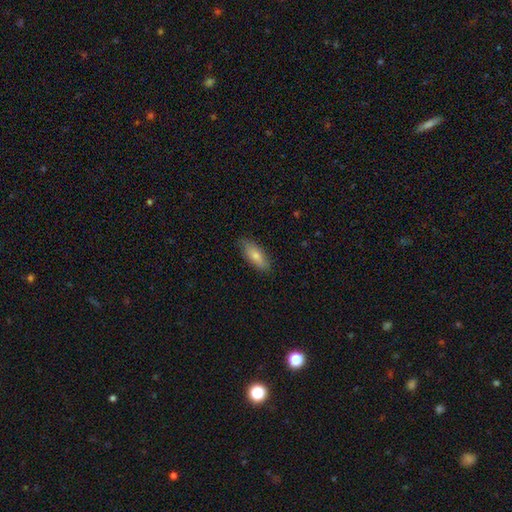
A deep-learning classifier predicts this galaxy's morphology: The model was most divided on "how rounded": in between: 76%, cigar-shaped: 22%, round: 2%. More confident: merging — none (85%); smooth or featured — smooth (79%).